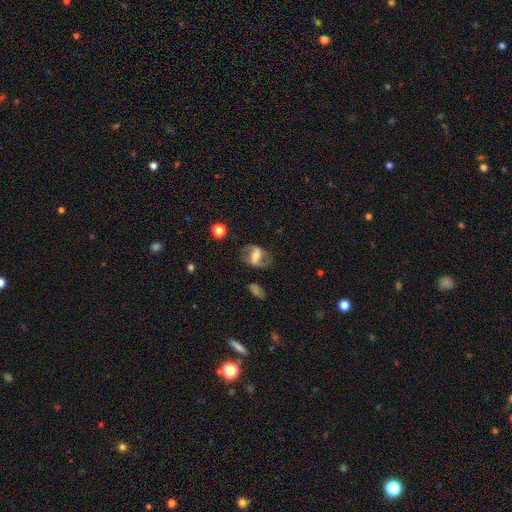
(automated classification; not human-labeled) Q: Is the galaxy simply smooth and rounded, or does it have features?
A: featured or disk — 61%.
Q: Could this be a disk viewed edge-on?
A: no — 92%.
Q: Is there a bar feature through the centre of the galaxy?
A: strong — 53%.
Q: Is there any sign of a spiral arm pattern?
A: yes — 74%.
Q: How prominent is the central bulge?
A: moderate — 32%.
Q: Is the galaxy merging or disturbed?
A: none — 68%.